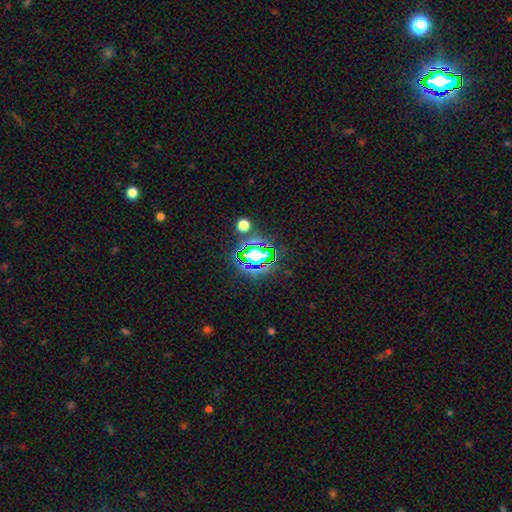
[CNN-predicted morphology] A star or artifact, not a galaxy (65%).

Vote fractions:
- Smooth or featured? star or artifact: 65% / smooth: 22% / featured or disk: 13%